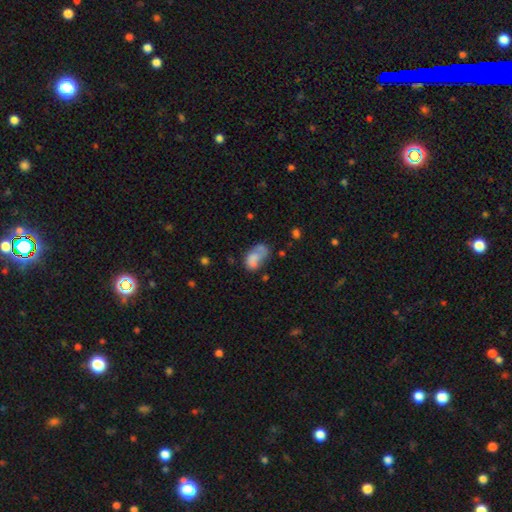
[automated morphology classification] smooth 69%, featured or disk 22%, star or artifact 9%. Down the decision tree: how rounded — in between (88%); merging — none (28%).